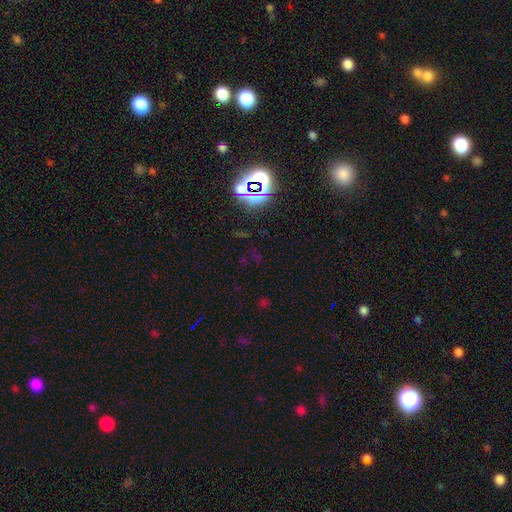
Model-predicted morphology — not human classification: Smooth or featured? star or artifact (71%)